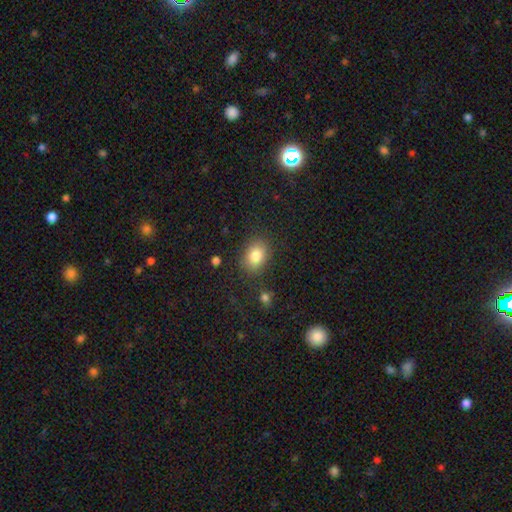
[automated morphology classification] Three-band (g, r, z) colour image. It shows a smooth galaxy with no disk features (83%) that is in between round and cigar-shaped (65%). Merging: none (82%).